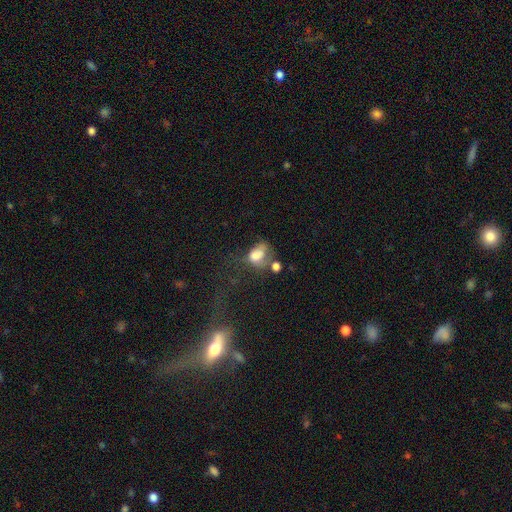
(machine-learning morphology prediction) Smooth or featured? Predicted: smooth (p=0.64). How rounded? Predicted: in between (p=0.69). Merging? Predicted: major disturbance (p=0.38).